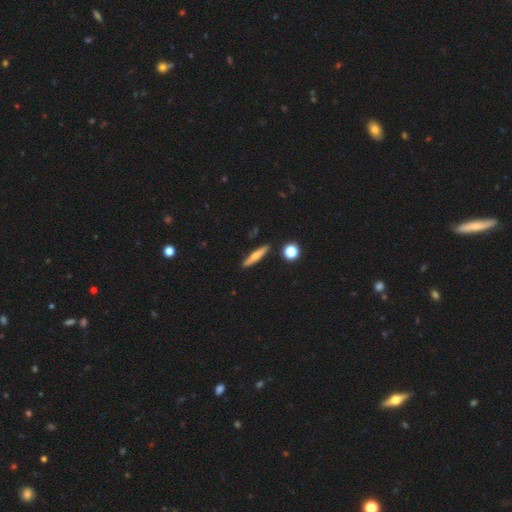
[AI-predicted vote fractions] Smooth or featured? smooth (53%)
How rounded? cigar-shaped (85%)
Merging? none (88%)